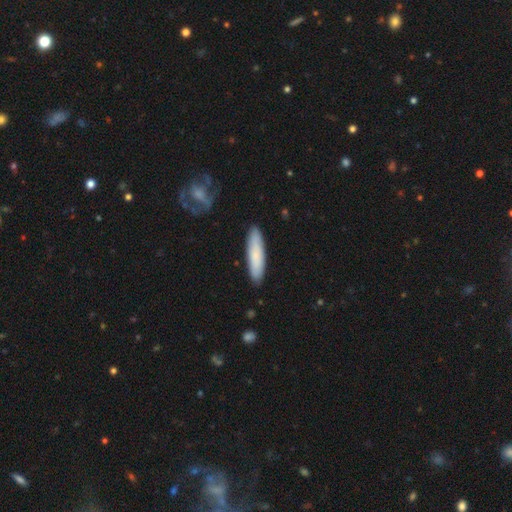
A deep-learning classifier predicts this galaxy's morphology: The model was most divided on "how rounded": cigar-shaped: 73%, in between: 26%, round: 1%. More confident: merging — none (88%); smooth or featured — smooth (80%).